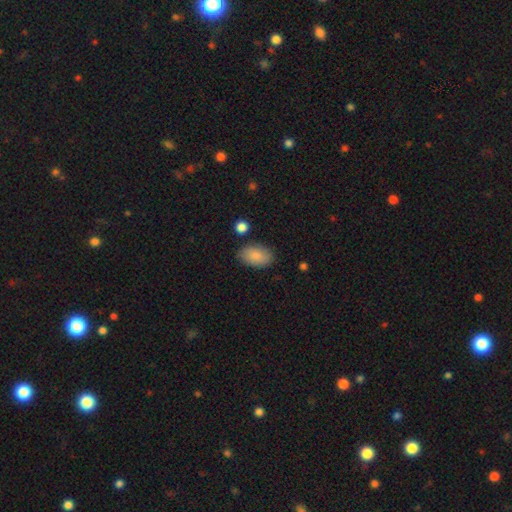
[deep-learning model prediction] smooth 86%, featured or disk 7%, star or artifact 6%. Down the decision tree: how rounded — in between (93%); merging — none (82%).